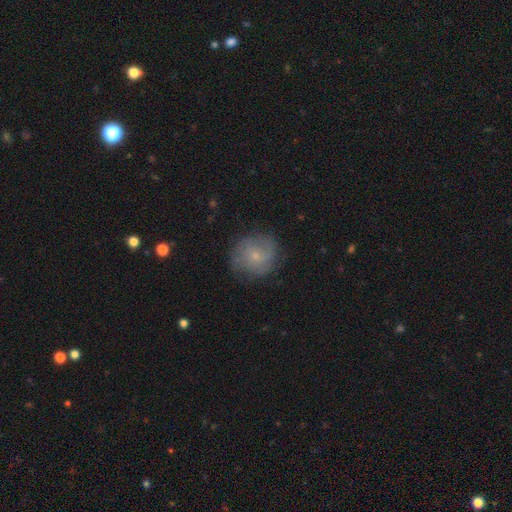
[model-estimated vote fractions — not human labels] Smooth or featured?
  - smooth: 52% *
  - featured or disk: 39%
  - star or artifact: 9%
How rounded?
  - round: 87% *
  - in between: 12%
  - cigar-shaped: 1%
Merging?
  - none: 76% *
  - minor disturbance: 16%
  - major disturbance: 6%
  - merger: 1%